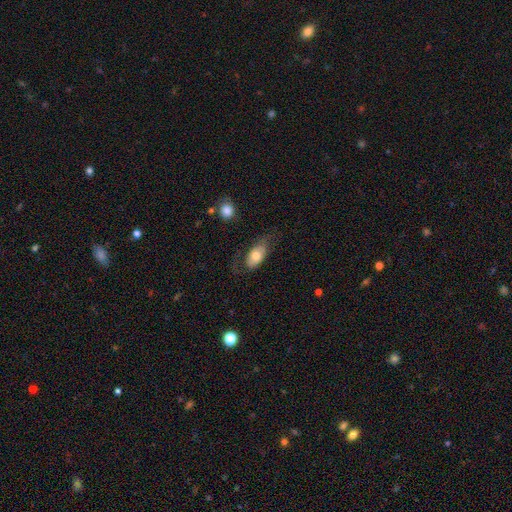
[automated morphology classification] This appears to be a smooth galaxy with no disk features (63%) that is in between round and cigar-shaped (89%). Merging: none (54%).